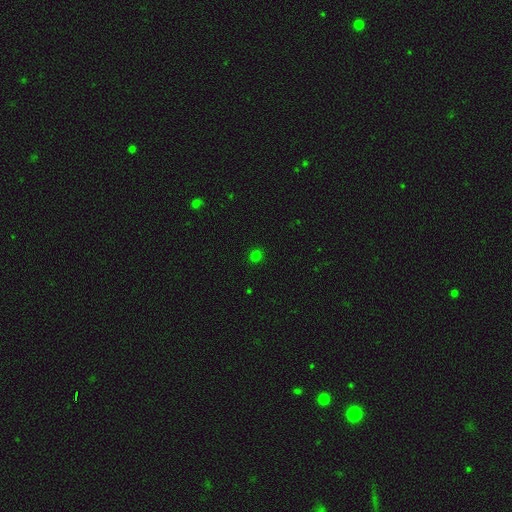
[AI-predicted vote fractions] Smooth or featured: smooth — 77% (star or artifact — 19%)
How rounded: round — 83% (in between — 16%)
Merging: none — 91% (minor disturbance — 6%)